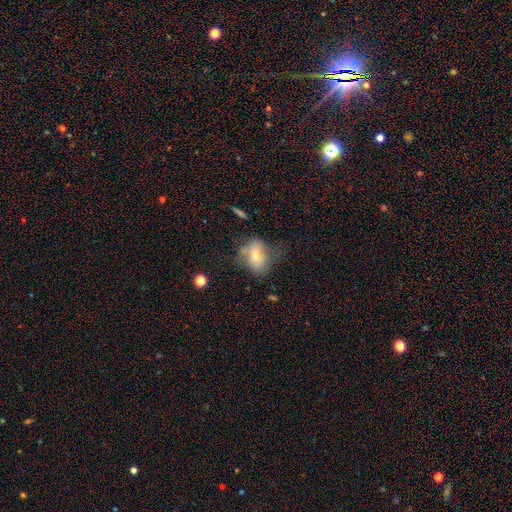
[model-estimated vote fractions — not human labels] Overall: smooth (63%; featured or disk 27%). How rounded: in between (62%; round 36%). Merging: none (45%; minor disturbance 30%).